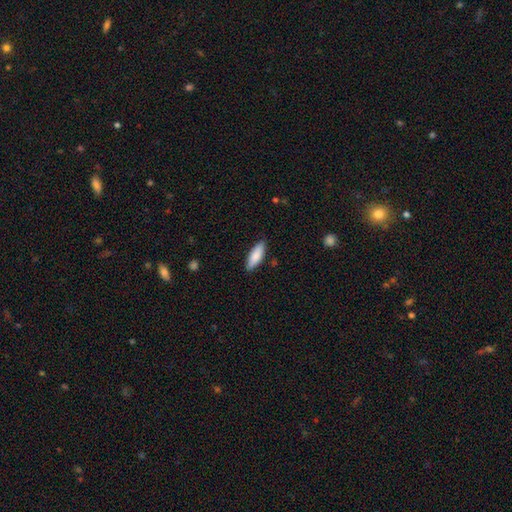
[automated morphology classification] smooth_or_featured: smooth (p=0.84) [alt: featured or disk p=0.10]
how_rounded: in between (p=0.60) [alt: cigar-shaped p=0.39]
merging: none (p=0.87) [alt: minor disturbance p=0.10]